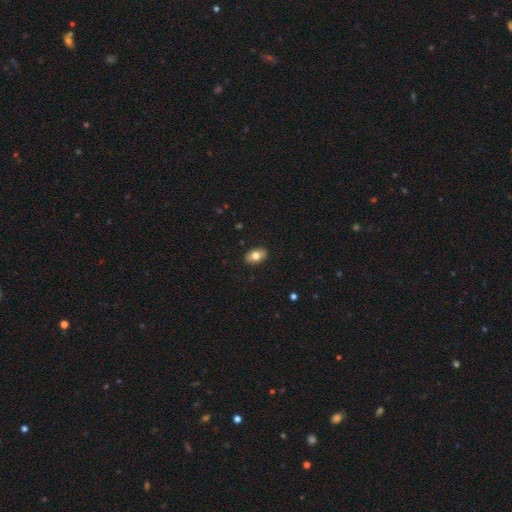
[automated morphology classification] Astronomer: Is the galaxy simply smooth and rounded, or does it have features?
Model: smooth — 77%.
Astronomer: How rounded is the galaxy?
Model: in between — 89%.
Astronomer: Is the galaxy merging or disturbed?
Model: none — 88%.